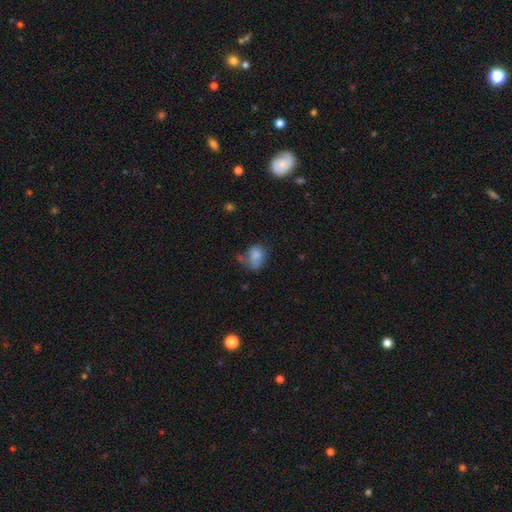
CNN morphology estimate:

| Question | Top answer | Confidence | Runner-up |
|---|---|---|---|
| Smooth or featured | smooth | 76% | featured or disk (14%) |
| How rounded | in between | 56% | round (43%) |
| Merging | none | 39% | minor disturbance (31%) |